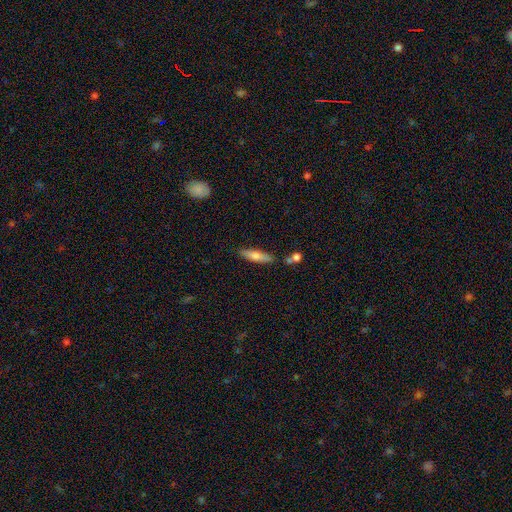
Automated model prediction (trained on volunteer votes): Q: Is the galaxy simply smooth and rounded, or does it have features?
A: smooth — 63%.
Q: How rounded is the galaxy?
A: cigar-shaped — 75%.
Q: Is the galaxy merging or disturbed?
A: none — 81%.